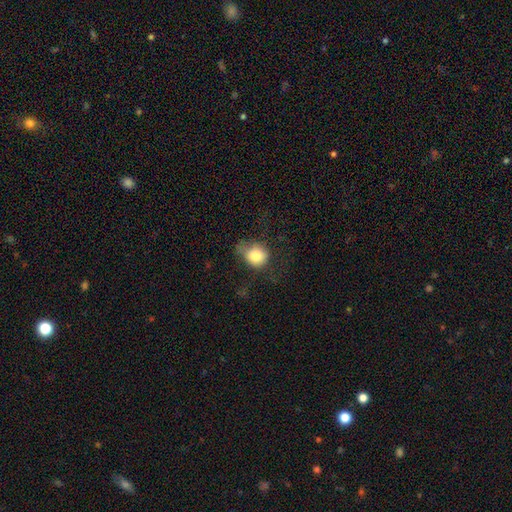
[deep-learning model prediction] This appears to be a smooth galaxy with no disk features (79%) that is round (71%). Merging: none (44%).